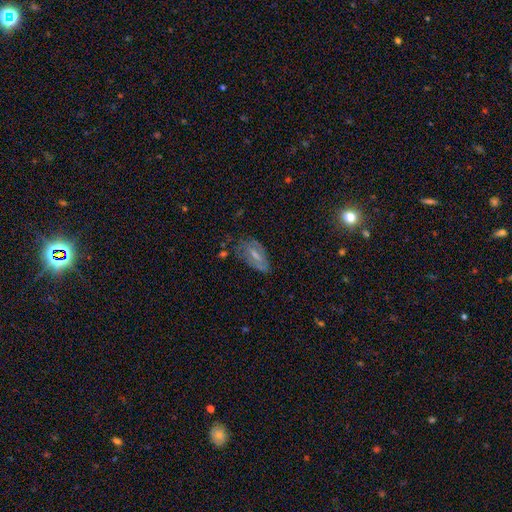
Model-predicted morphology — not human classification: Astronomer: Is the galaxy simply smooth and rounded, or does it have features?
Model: featured or disk — 48% (runner-up: smooth, 38%).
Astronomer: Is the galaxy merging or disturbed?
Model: none — 57%.